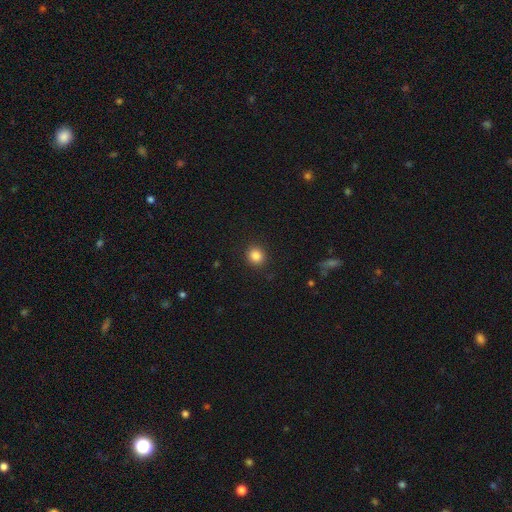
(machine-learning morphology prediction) smooth-or-featured: smooth: 85% | star or artifact: 11% | featured or disk: 4%
  how-rounded: round: 86% | in between: 13% | cigar-shaped: 1%
  merging: none: 91% | minor disturbance: 6% | major disturbance: 2% | merger: 1%